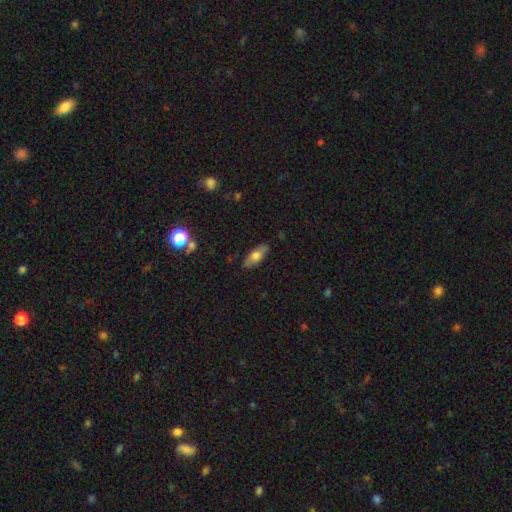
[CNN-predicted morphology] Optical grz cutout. It shows a smooth galaxy with no disk features (68%) that is in between round and cigar-shaped (77%). Merging: none (84%).